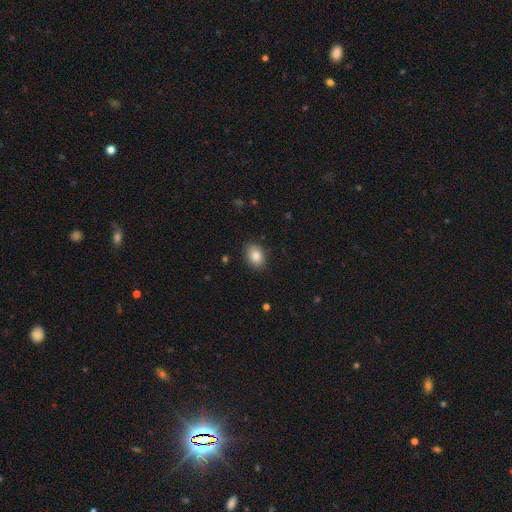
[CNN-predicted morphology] smooth 84%, star or artifact 8%, featured or disk 7%. Down the decision tree: how rounded — in between (71%); merging — none (87%).